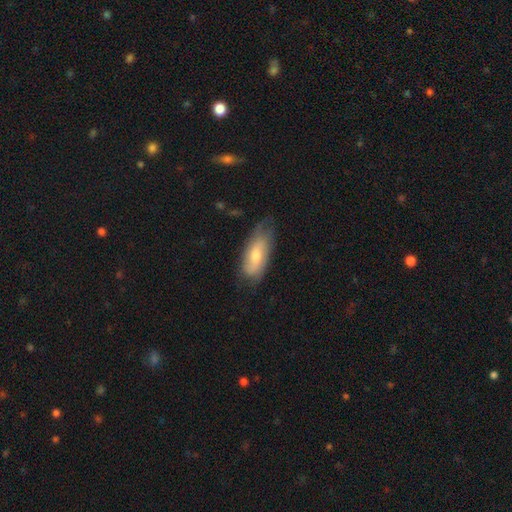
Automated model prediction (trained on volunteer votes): Overall: smooth (54%; featured or disk 39%). How rounded: in between (77%). Merging: none (61%; minor disturbance 30%).